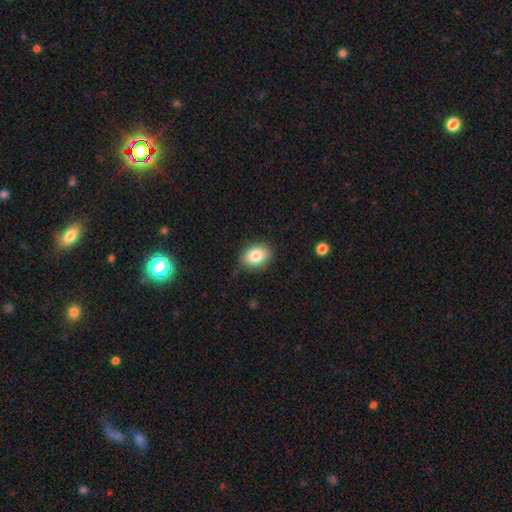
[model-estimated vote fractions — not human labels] Overall: smooth (82%). How rounded: in between (76%). Merging: none (83%).